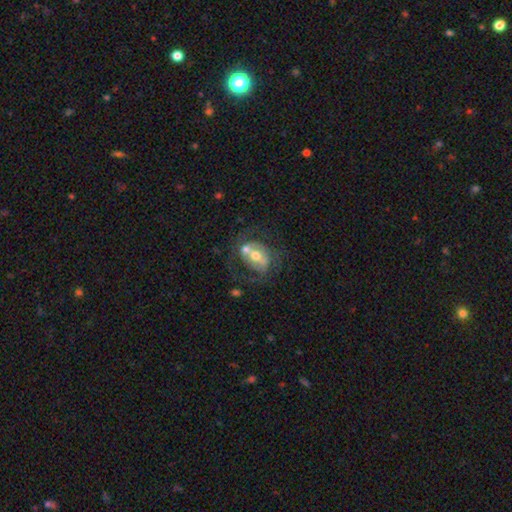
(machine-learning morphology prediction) This is likely a featured or disk galaxy (61%). It is clearly not viewed edge-on (96%). Bar: possibly no (49%). Spiral arm pattern: possibly yes (56%). Central bulge: likely moderate (71%). Merging: marginally none (38%).